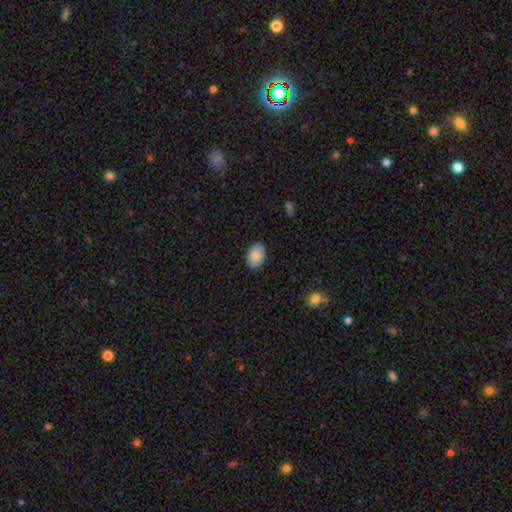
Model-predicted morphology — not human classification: This appears to be a smooth galaxy with no disk features (88%) that is in between round and cigar-shaped (84%). Merging: none (87%).